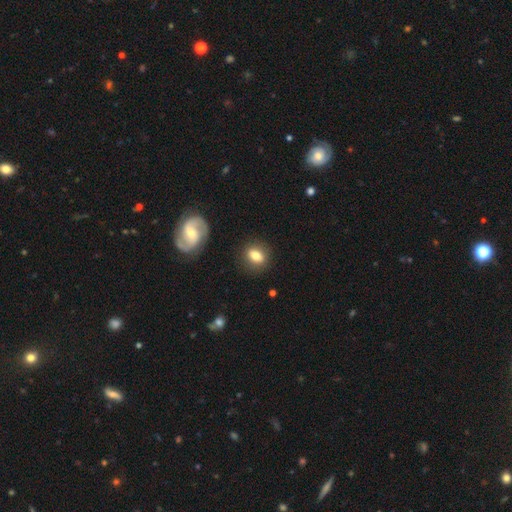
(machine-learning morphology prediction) A smooth galaxy with no disk features (76%) that is in between round and cigar-shaped (56%).

Vote fractions:
- Smooth or featured? smooth: 76% / featured or disk: 17% / star or artifact: 7%
- How rounded? in between: 56% / round: 41% / cigar-shaped: 3%
- Merging? none: 84% / minor disturbance: 10% / major disturbance: 3% / merger: 2%